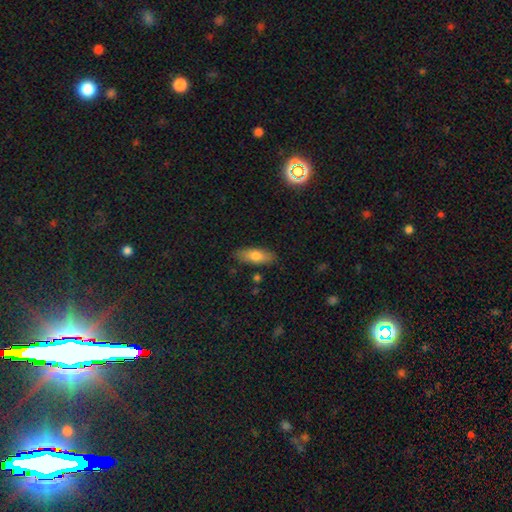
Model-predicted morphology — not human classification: The model was most divided on "how rounded": in between: 69%, cigar-shaped: 28%, round: 3%. More confident: merging — none (85%); smooth or featured — smooth (74%).